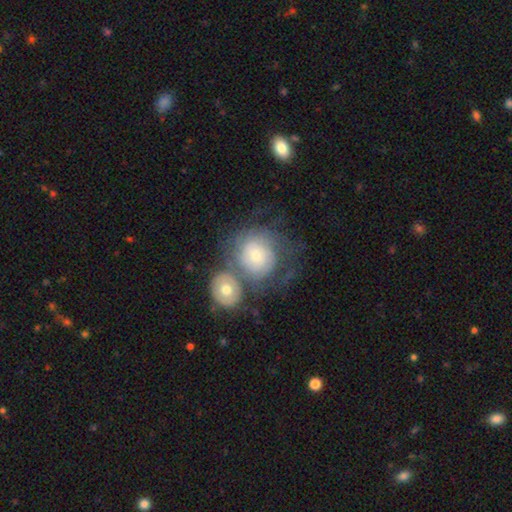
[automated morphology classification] Smooth or featured: featured or disk — 62% (smooth — 30%)
Edge-on disk: no — 97% (yes — 3%)
Bar: no — 79% (weak — 18%)
Spiral arms: yes — 81% (no — 19%)
Bulge size: small — 50% (moderate — 39%)
Merging: none — 41% (merger — 30%)